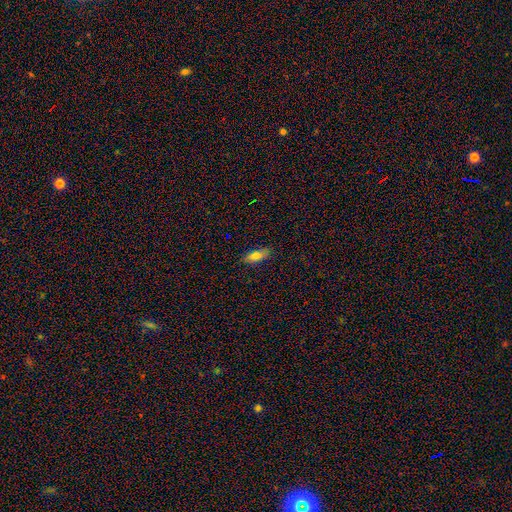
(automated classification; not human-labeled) A smooth galaxy with no disk features (73%) that is in between round and cigar-shaped (75%). Merging: none (83%).